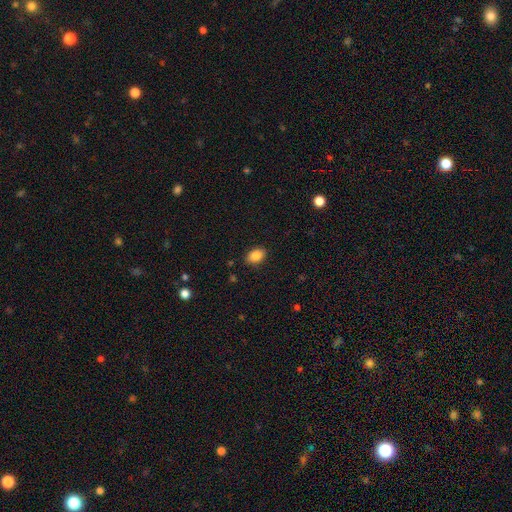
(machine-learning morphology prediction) smooth_or_featured: smooth (p=0.86) [alt: star or artifact p=0.08]
how_rounded: in between (p=0.85) [alt: round p=0.14]
merging: none (p=0.87) [alt: minor disturbance p=0.10]